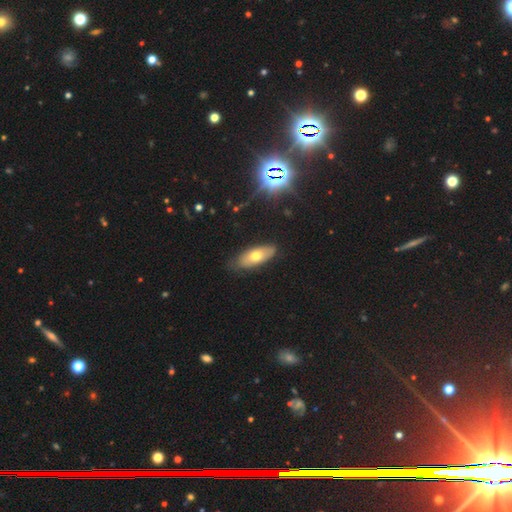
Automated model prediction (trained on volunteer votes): Smooth or featured? Predicted: smooth (p=0.61). How rounded? Predicted: in between (p=0.78). Merging? Predicted: none (p=0.79).